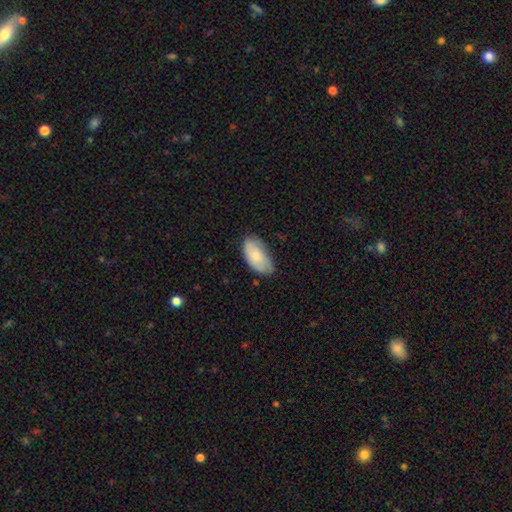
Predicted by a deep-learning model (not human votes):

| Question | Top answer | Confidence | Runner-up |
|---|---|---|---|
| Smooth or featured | smooth | 73% | featured or disk (21%) |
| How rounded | in between | 95% | round (3%) |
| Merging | none | 66% | minor disturbance (28%) |